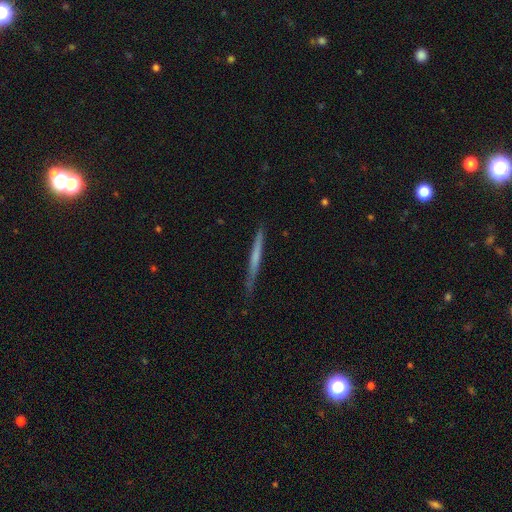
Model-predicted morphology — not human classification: Smooth or featured?
  - smooth: 50% *
  - featured or disk: 44%
  - star or artifact: 6%
How rounded?
  - cigar-shaped: 97% *
  - in between: 2%
  - round: 1%
Merging?
  - none: 83% *
  - minor disturbance: 13%
  - major disturbance: 2%
  - merger: 1%